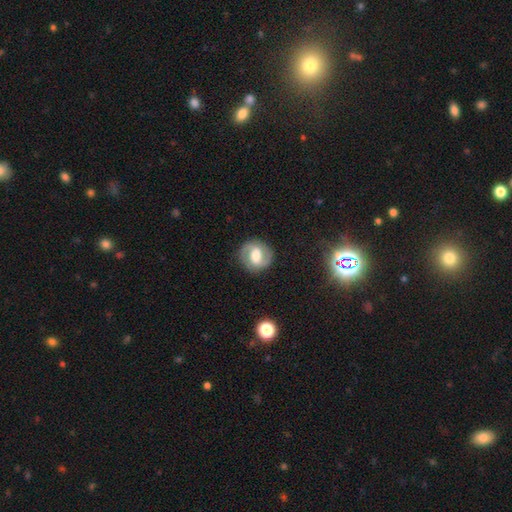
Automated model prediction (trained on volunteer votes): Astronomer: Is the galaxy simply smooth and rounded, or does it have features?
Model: featured or disk — 67%.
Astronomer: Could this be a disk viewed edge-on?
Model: no — 97%.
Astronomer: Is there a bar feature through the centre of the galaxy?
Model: weak — 43% (runner-up: strong, 34%).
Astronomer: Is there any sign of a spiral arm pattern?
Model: yes — 82%.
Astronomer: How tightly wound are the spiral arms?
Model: medium — 45% (runner-up: tight, 39%).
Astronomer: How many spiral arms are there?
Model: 2 — 88%.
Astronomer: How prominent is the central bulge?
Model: moderate — 47% (runner-up: large, 33%).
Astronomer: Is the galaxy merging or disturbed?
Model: none — 84%.